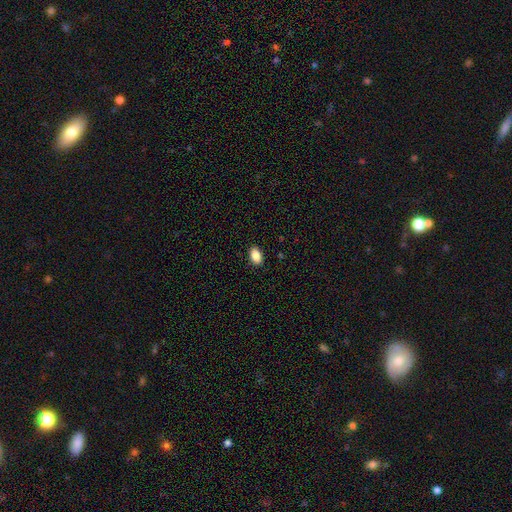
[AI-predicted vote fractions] This is clearly a smooth galaxy (87%). How rounded: clearly in between (90%). Merging: clearly none (90%).